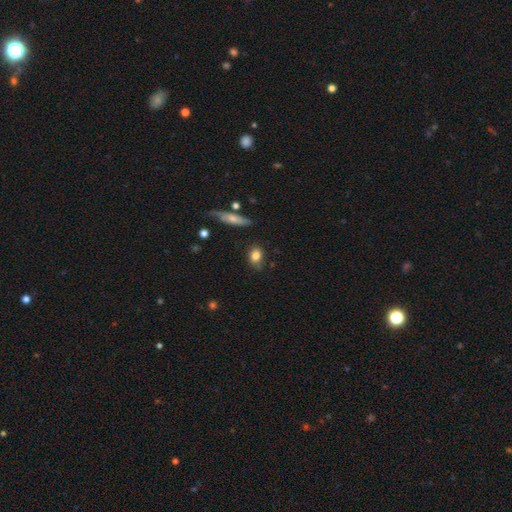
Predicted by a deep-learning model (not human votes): The model was most divided on "how rounded": in between: 66%, round: 30%, cigar-shaped: 4%. More confident: smooth or featured — smooth (82%); merging — none (71%).